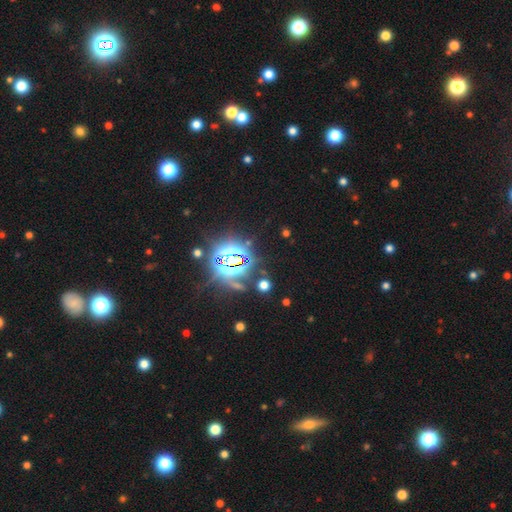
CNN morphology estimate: Smooth or featured? Predicted: star or artifact (p=0.77).